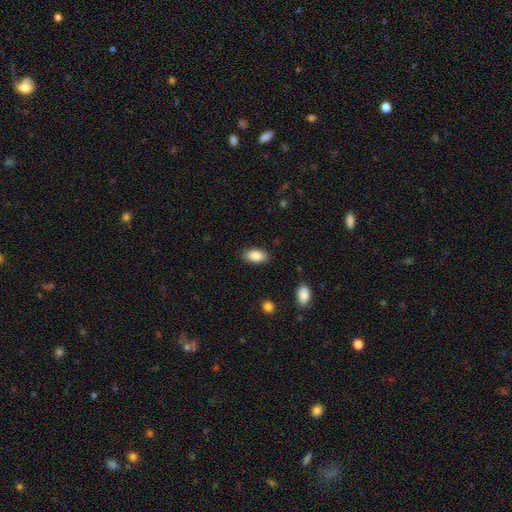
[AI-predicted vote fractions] Overall: smooth (87%). How rounded: in between (93%). Merging: none (87%).